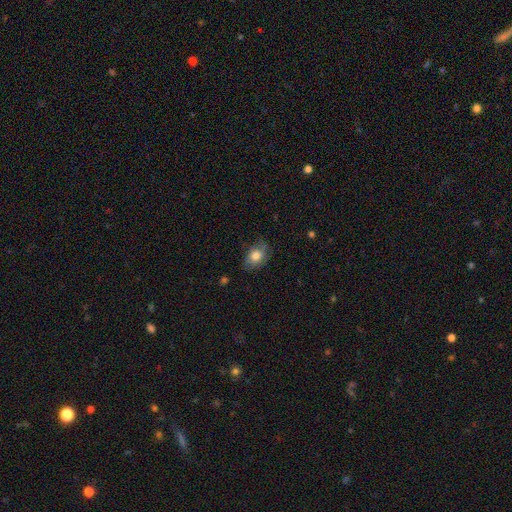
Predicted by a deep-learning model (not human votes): The model was most divided on "merging": none: 68%, minor disturbance: 25%, major disturbance: 6%, merger: 1%. More confident: how rounded — in between (75%); smooth or featured — smooth (74%).